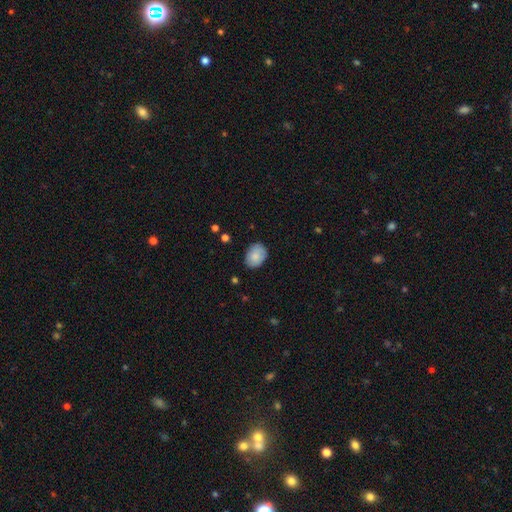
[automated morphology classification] smooth 82%, featured or disk 11%, star or artifact 7%. Down the decision tree: how rounded — in between (72%); merging — none (80%).